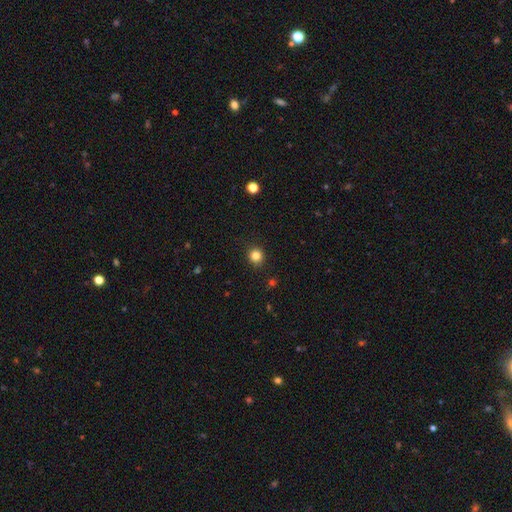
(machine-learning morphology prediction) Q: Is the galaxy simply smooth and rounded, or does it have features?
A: smooth — 83%.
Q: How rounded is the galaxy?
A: round — 92%.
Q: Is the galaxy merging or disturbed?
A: none — 91%.